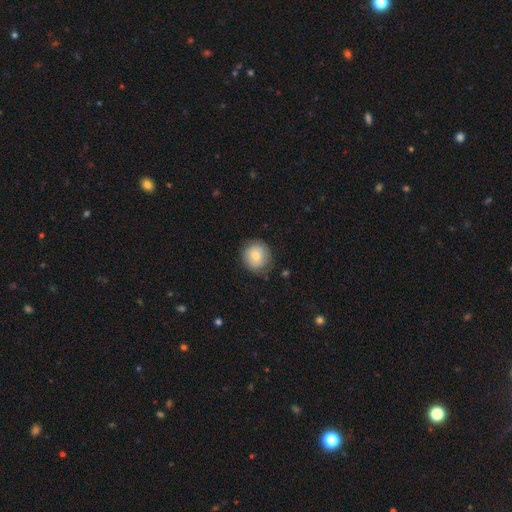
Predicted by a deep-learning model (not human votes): This is likely a smooth galaxy (71%). How rounded: clearly round (88%). Merging: likely none (78%).